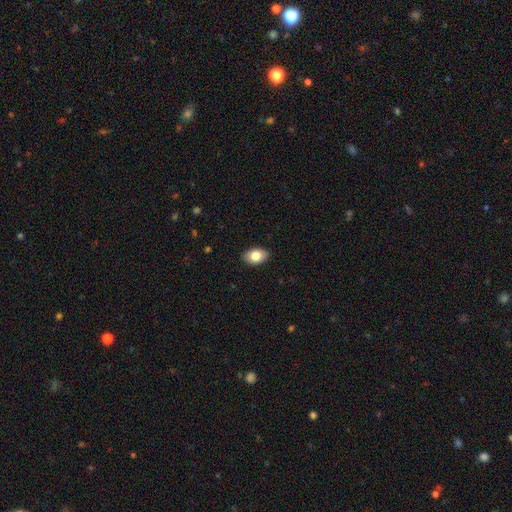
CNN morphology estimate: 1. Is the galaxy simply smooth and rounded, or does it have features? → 82% smooth, 11% featured or disk, 8% star or artifact.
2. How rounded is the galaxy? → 87% in between, 12% round, 1% cigar-shaped.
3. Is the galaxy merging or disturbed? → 89% none, 9% minor disturbance, 2% major disturbance, 1% merger.